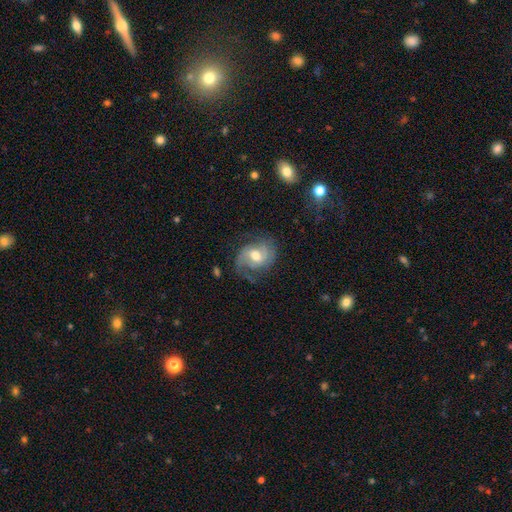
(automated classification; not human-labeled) This is likely a featured or disk galaxy (79%). It is clearly not viewed edge-on (97%). Bar: possibly weak (49%). Spiral arm pattern: clearly yes (93%). Spiral arm count: likely 2 (67%). Spiral winding: possibly medium (46%). Central bulge: likely moderate (72%). Merging: likely none (63%).